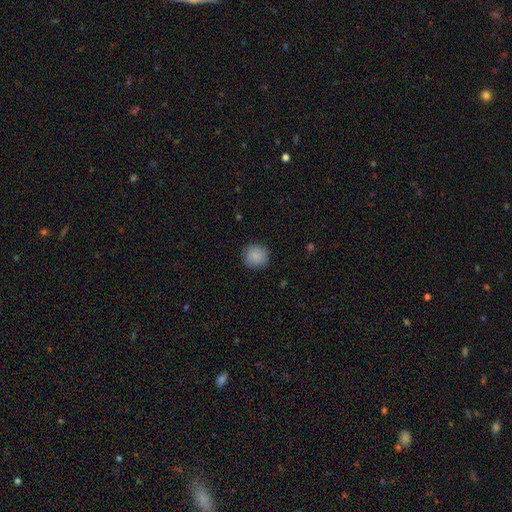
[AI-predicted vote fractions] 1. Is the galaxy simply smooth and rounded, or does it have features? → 87% smooth, 8% star or artifact, 6% featured or disk.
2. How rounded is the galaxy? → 90% round, 9% in between, 1% cigar-shaped.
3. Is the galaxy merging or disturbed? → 85% none, 11% minor disturbance, 3% major disturbance, 1% merger.